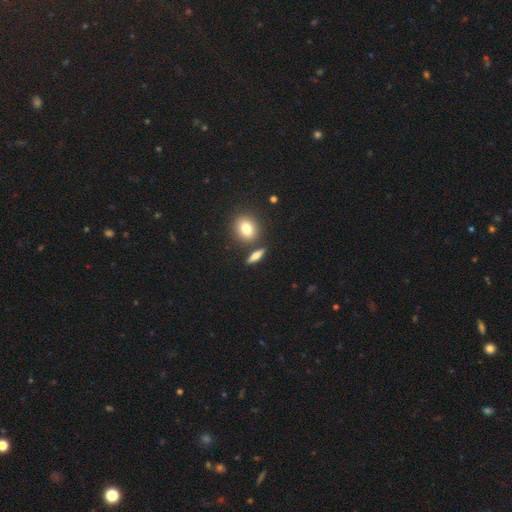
This is possibly a smooth galaxy (58%). How rounded: marginally cigar-shaped (36%). Merging: likely none (78%).